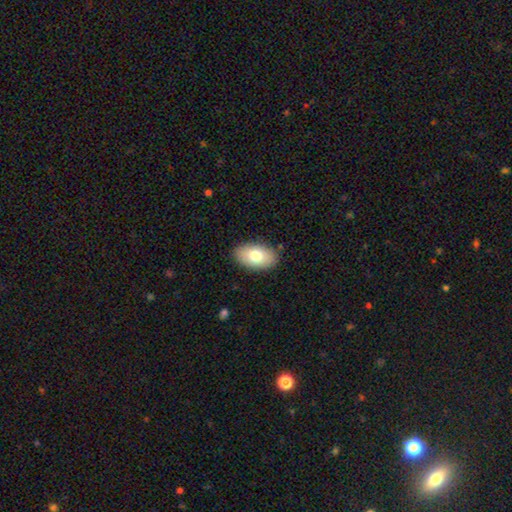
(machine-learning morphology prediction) Smooth or featured? smooth (76%)
How rounded? in between (93%)
Merging? none (87%)